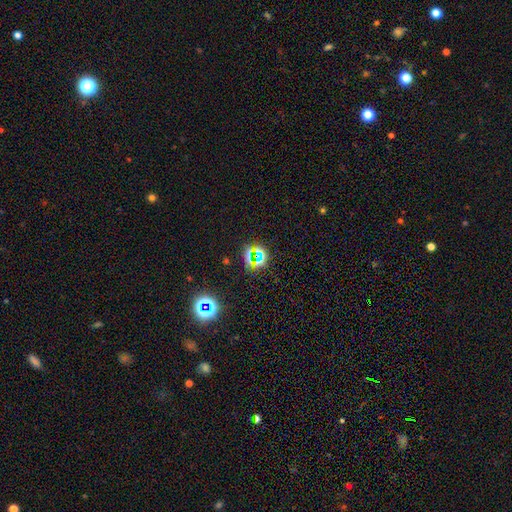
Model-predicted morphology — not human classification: smooth_or_featured: star or artifact (p=0.67) [alt: smooth p=0.22]